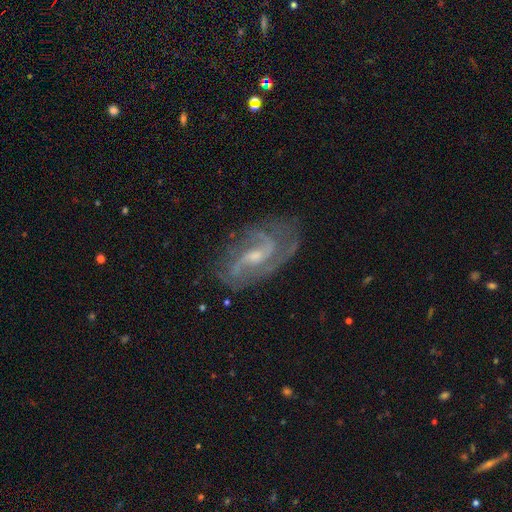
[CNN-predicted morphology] The model was most divided on "bulge size": small: 53%, moderate: 38%, none: 5%, large: 2%, dominant: 1%. More confident: spiral arms — yes (97%); edge-on disk — no (96%); smooth or featured — featured or disk (89%); spiral arm count — 2 (70%); merging — none (70%); spiral winding — medium (52%); bar — weak (52%).